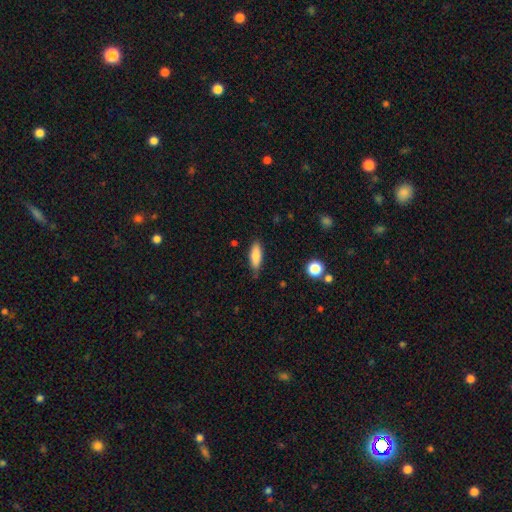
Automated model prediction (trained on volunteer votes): The model was most divided on "how rounded": in between: 62%, cigar-shaped: 36%, round: 2%. More confident: smooth or featured — smooth (82%); merging — none (79%).